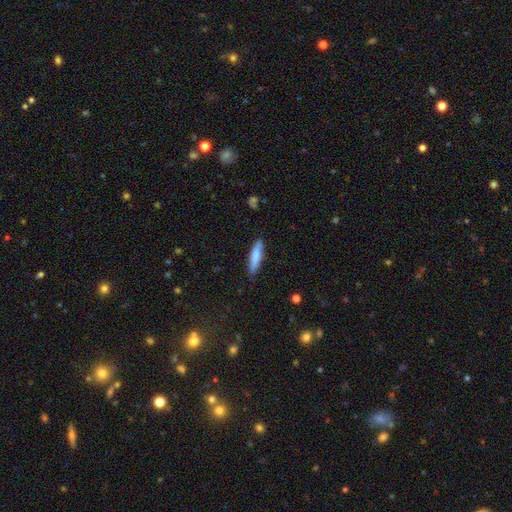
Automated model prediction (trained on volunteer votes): Overall: smooth (78%). How rounded: cigar-shaped (81%). Merging: none (86%).